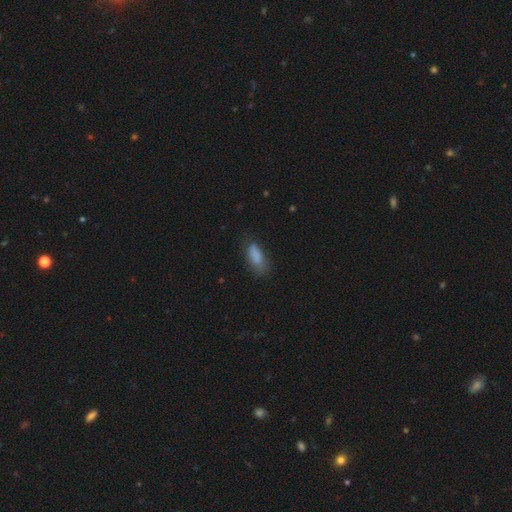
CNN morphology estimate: smooth_or_featured: smooth (p=0.83) [alt: star or artifact p=0.09]
how_rounded: in between (p=0.76) [alt: cigar-shaped p=0.21]
merging: none (p=0.61) [alt: minor disturbance p=0.28]